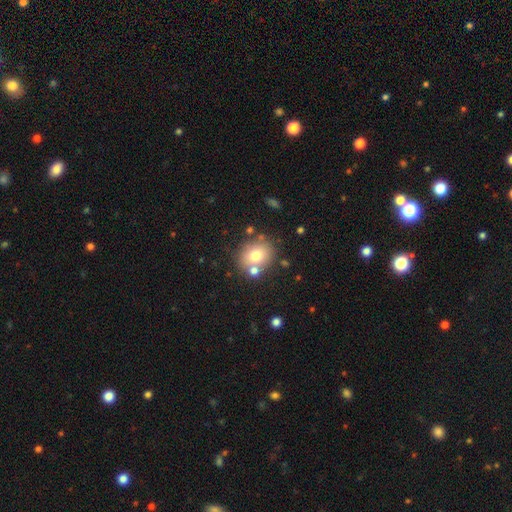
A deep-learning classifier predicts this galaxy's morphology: smooth 71%, featured or disk 17%, star or artifact 11%. Down the decision tree: how rounded — round (68%); merging — none (69%).